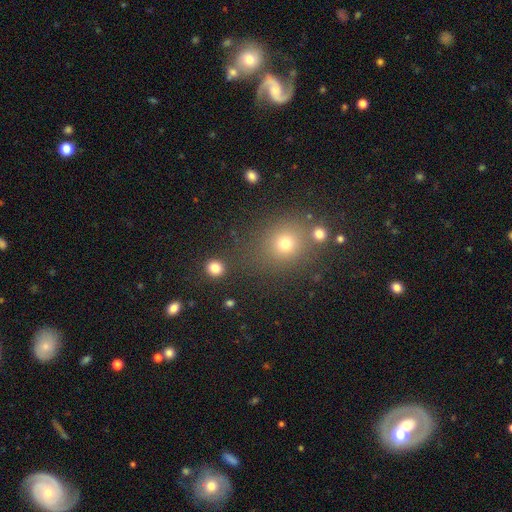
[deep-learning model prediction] Smooth or featured?
  - smooth: 55% *
  - star or artifact: 32%
  - featured or disk: 13%
How rounded?
  - round: 83% *
  - in between: 16%
  - cigar-shaped: 1%
Merging?
  - none: 79% *
  - minor disturbance: 10%
  - merger: 7%
  - major disturbance: 4%